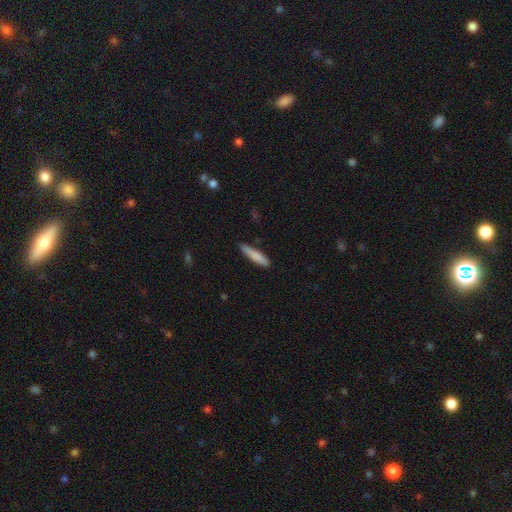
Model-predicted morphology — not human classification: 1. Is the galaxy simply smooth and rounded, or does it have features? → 82% smooth, 12% featured or disk, 6% star or artifact.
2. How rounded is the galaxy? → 88% cigar-shaped, 11% in between, 1% round.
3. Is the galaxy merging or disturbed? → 83% none, 13% minor disturbance, 2% major disturbance, 2% merger.